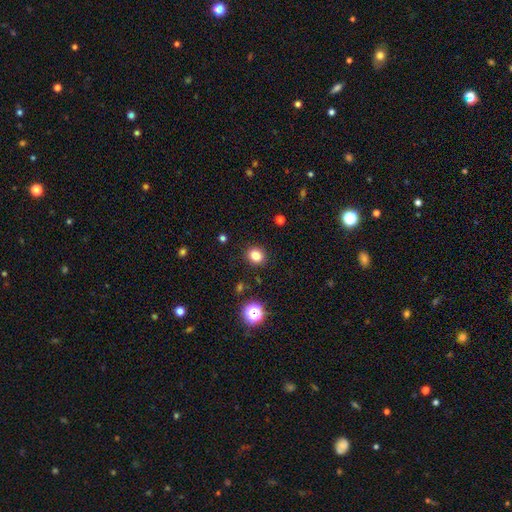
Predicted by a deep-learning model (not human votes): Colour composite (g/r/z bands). It shows a smooth galaxy with no disk features (81%) that is round (73%). Merging: none (90%).